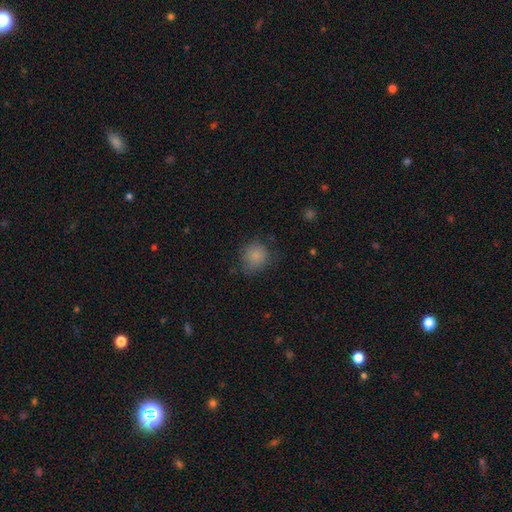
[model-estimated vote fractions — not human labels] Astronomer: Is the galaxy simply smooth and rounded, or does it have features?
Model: smooth — 84%.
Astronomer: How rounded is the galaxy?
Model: round — 84%.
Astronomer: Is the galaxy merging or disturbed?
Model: none — 71%.